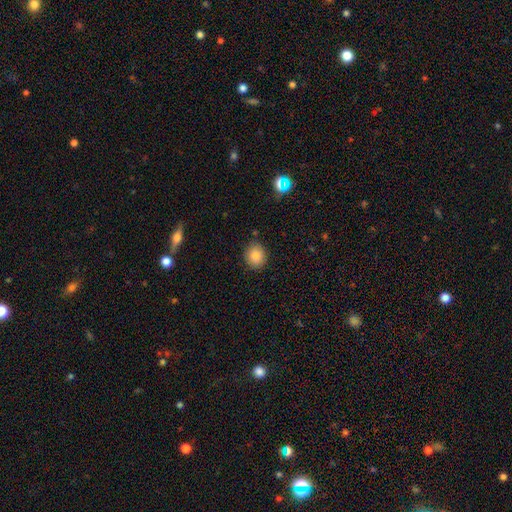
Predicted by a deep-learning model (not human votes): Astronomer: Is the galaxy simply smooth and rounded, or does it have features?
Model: smooth — 84%.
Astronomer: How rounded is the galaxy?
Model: round — 74%.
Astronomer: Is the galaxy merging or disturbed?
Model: none — 86%.